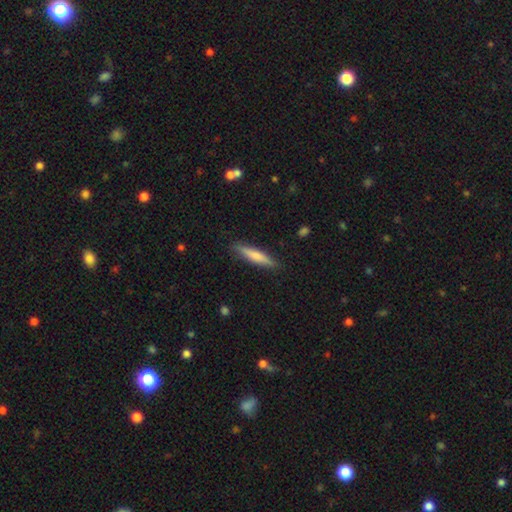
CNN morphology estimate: smooth_or_featured: smooth (p=0.66) [alt: featured or disk p=0.29]
how_rounded: cigar-shaped (p=0.89) [alt: in between p=0.10]
merging: none (p=0.88) [alt: minor disturbance p=0.09]